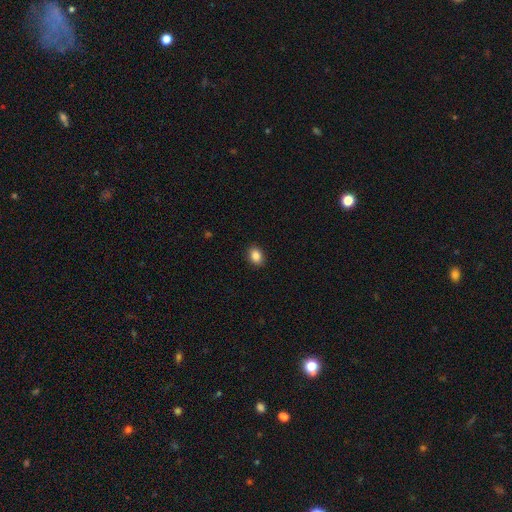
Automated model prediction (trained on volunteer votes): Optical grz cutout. It shows a smooth galaxy with no disk features (86%) that is in between round and cigar-shaped (62%). Merging: none (90%).